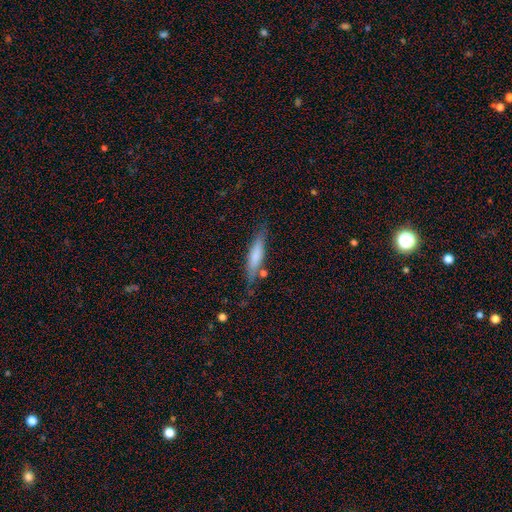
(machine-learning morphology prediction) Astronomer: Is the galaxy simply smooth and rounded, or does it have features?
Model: smooth — 66%.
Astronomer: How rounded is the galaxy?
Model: cigar-shaped — 81%.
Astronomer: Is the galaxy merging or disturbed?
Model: none — 72%.